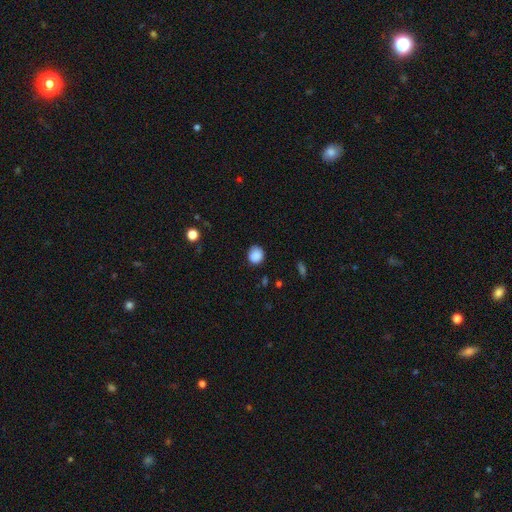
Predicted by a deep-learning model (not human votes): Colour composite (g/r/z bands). It shows a smooth galaxy with no disk features (87%) that is round (84%). Merging: none (84%).